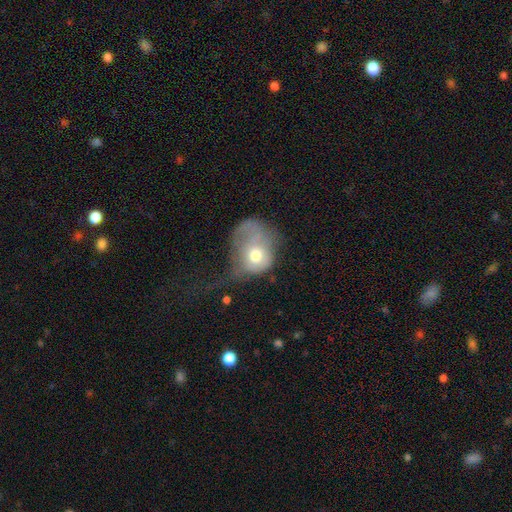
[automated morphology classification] Smooth or featured? Predicted: smooth (p=0.61). How rounded? Predicted: round (p=0.56). Merging? Predicted: major disturbance (p=0.61).